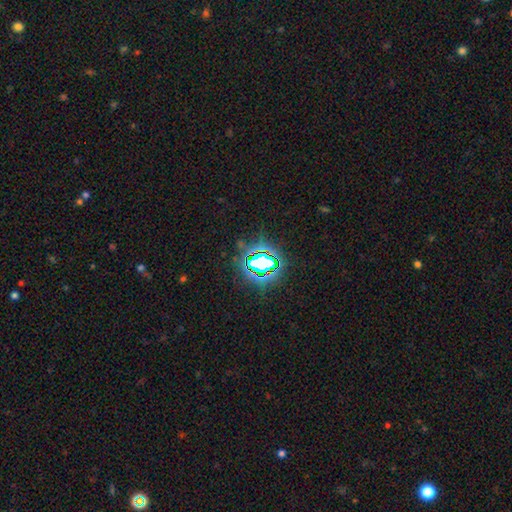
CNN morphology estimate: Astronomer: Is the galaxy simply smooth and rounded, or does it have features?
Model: star or artifact — 76%.